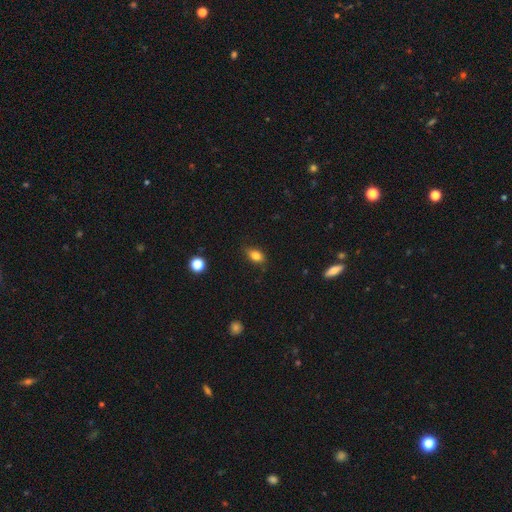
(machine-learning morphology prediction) The model was most divided on "merging": none: 77%, minor disturbance: 18%, major disturbance: 4%, merger: 1%. More confident: smooth or featured — smooth (82%); how rounded — in between (80%).